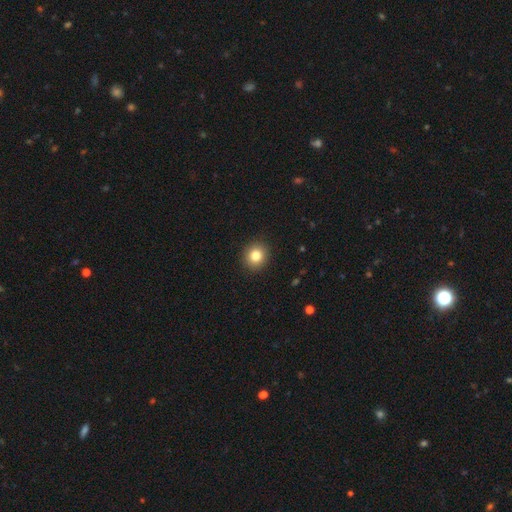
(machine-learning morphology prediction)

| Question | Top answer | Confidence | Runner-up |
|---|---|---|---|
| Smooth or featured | smooth | 83% | star or artifact (10%) |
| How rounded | round | 83% | in between (16%) |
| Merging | none | 92% | minor disturbance (6%) |